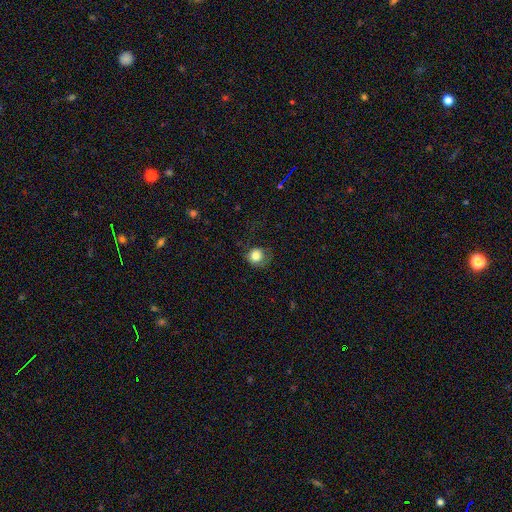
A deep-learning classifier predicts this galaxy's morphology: Smooth or featured?
  - smooth: 82% *
  - star or artifact: 9%
  - featured or disk: 8%
How rounded?
  - round: 83% *
  - in between: 16%
  - cigar-shaped: 1%
Merging?
  - none: 57% *
  - minor disturbance: 24%
  - major disturbance: 18%
  - merger: 1%